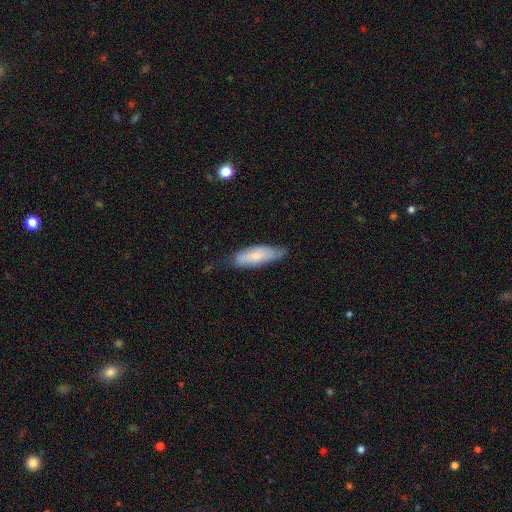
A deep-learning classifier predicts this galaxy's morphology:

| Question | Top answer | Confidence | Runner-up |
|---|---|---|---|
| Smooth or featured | smooth | 69% | featured or disk (25%) |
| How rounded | in between | 59% | cigar-shaped (39%) |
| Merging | none | 56% | minor disturbance (34%) |